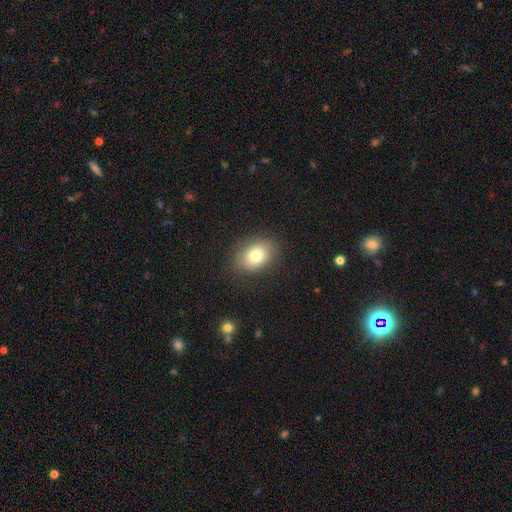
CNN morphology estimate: A smooth galaxy with no disk features (78%) that is in between round and cigar-shaped (66%). Merging: none (83%).